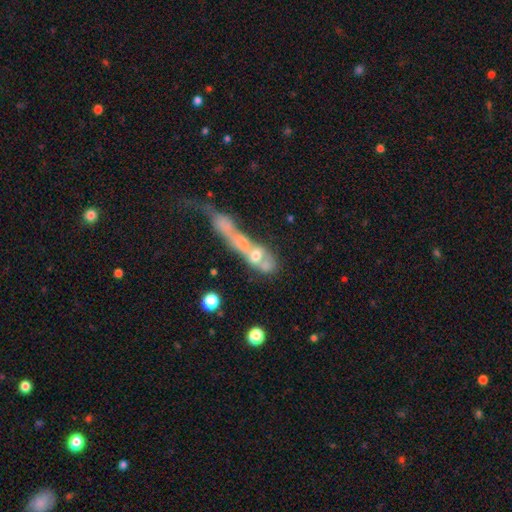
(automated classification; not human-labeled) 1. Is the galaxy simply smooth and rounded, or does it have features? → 52% featured or disk, 32% smooth, 16% star or artifact.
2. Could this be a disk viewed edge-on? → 62% no, 38% yes.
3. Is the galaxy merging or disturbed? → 50% merger, 22% major disturbance, 17% none, 10% minor disturbance.